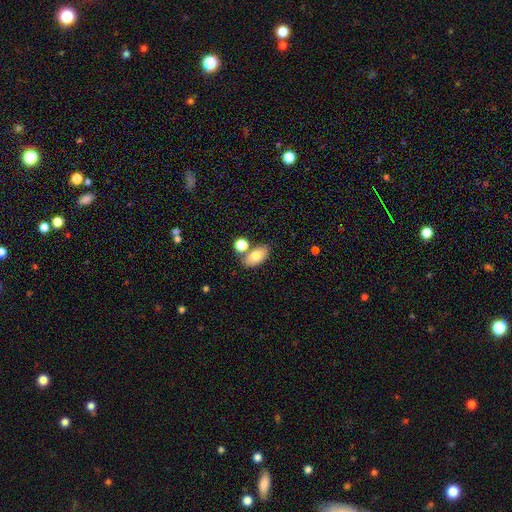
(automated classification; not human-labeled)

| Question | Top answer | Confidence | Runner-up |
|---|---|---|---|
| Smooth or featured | smooth | 80% | featured or disk (12%) |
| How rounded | in between | 91% | round (6%) |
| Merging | none | 66% | merger (18%) |